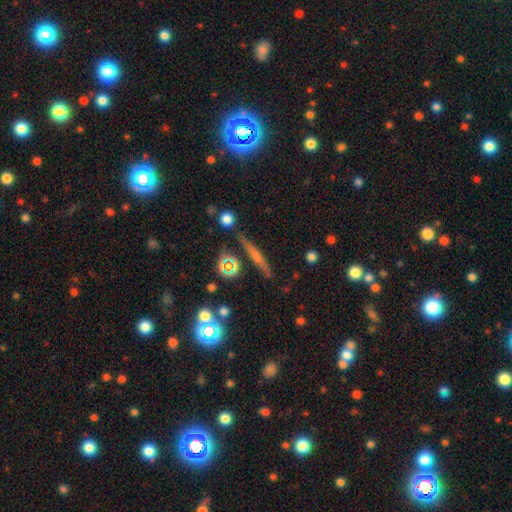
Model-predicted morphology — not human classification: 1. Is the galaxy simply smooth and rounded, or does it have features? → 48% featured or disk, 36% smooth, 16% star or artifact.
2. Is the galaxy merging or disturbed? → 83% none, 10% minor disturbance, 4% merger, 3% major disturbance.